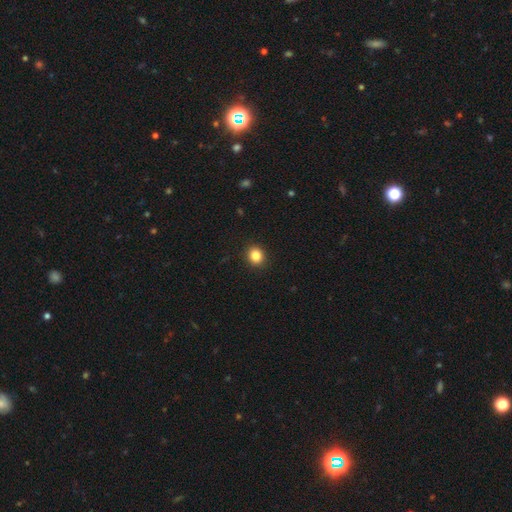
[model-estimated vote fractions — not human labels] This appears to be a smooth galaxy with no disk features (85%) that is round (79%). Merging: none (92%).